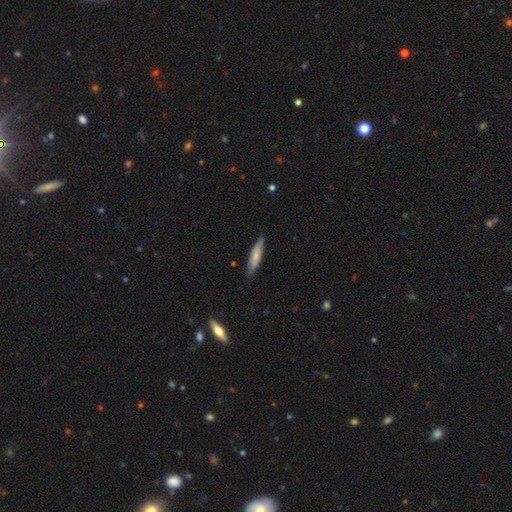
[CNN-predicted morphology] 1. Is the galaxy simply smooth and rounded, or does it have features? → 71% smooth, 23% featured or disk, 5% star or artifact.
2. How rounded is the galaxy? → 85% cigar-shaped, 14% in between, 1% round.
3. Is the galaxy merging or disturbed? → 84% none, 13% minor disturbance, 2% major disturbance, 1% merger.